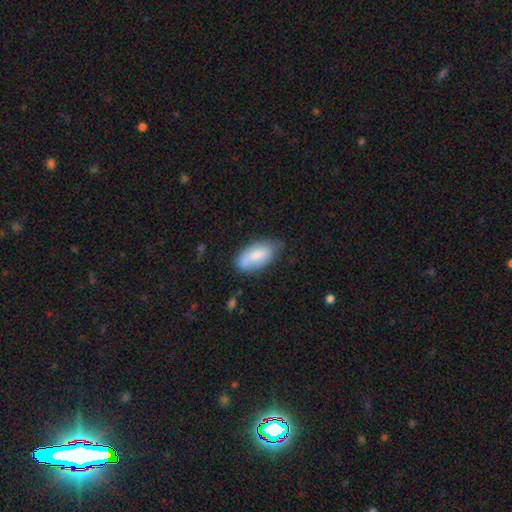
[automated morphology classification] smooth_or_featured: smooth (p=0.73) [alt: featured or disk p=0.20]
how_rounded: in between (p=0.92) [alt: cigar-shaped p=0.05]
merging: none (p=0.61) [alt: minor disturbance p=0.30]